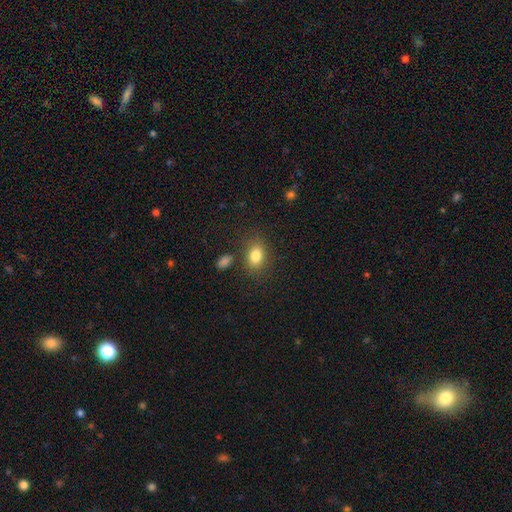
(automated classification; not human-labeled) Q: Smooth or featured?
A: smooth (82%); runner-up: star or artifact (10%)
Q: How rounded?
A: in between (74%); runner-up: round (24%)
Q: Merging?
A: none (78%); runner-up: minor disturbance (12%)